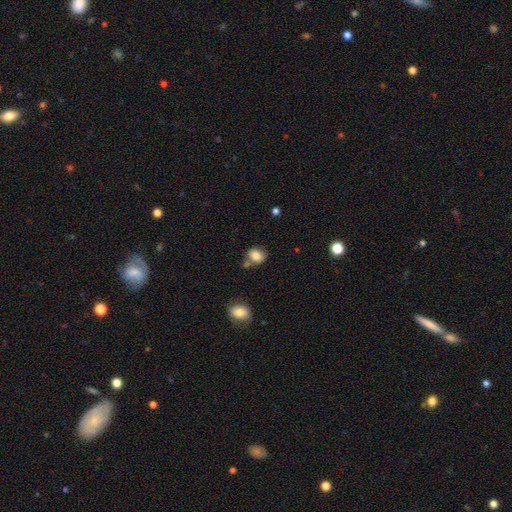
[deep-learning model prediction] A smooth galaxy with no disk features (82%) that is round (51%). Merging: none (61%).